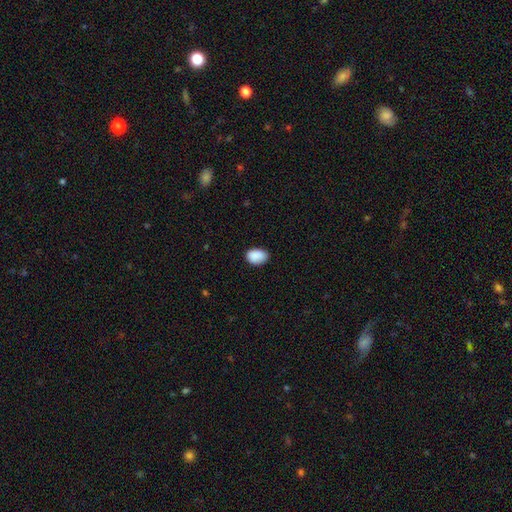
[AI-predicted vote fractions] A smooth galaxy with no disk features (89%) that is in between round and cigar-shaped (80%).

Vote fractions:
- Smooth or featured? smooth: 89% / star or artifact: 7% / featured or disk: 4%
- How rounded? in between: 80% / round: 19% / cigar-shaped: 1%
- Merging? none: 76% / minor disturbance: 19% / major disturbance: 3% / merger: 1%